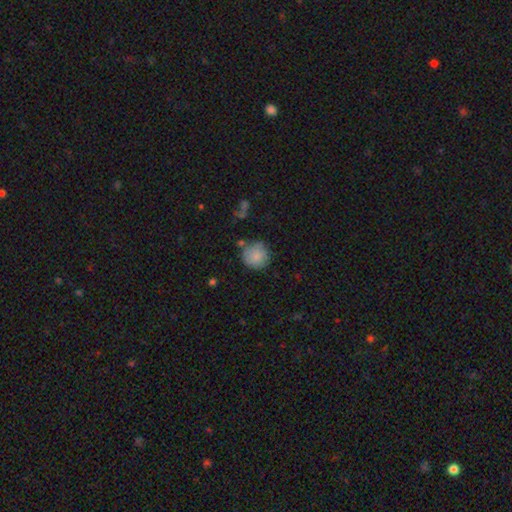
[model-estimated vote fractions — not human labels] smooth-or-featured: smooth: 84% | featured or disk: 9% | star or artifact: 8%
  how-rounded: round: 92% | in between: 7% | cigar-shaped: 1%
  merging: none: 72% | minor disturbance: 18% | merger: 5% | major disturbance: 5%